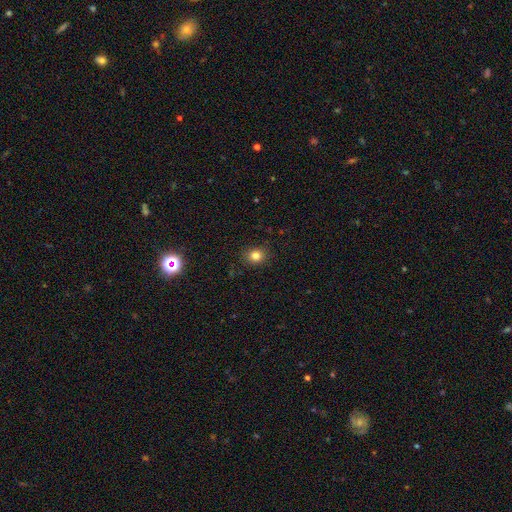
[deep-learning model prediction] The model was most divided on "how rounded": round: 71%, in between: 28%, cigar-shaped: 1%. More confident: merging — none (88%); smooth or featured — smooth (81%).